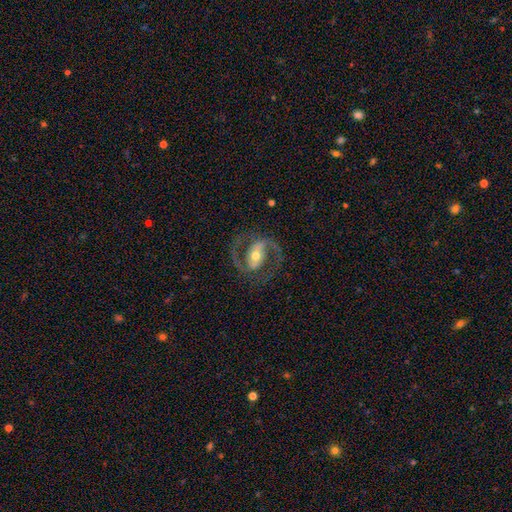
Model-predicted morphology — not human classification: Smooth or featured: featured or disk — 89% (smooth — 7%)
Edge-on disk: no — 97% (yes — 3%)
Bar: strong — 37% (tied with weak — 37%)
Spiral arms: yes — 95% (no — 5%)
Spiral winding: medium — 63% (tight — 19%)
Spiral arm count: 2 — 93% (can't tell — 2%)
Bulge size: moderate — 66% (small — 24%)
Merging: none — 79% (minor disturbance — 12%)